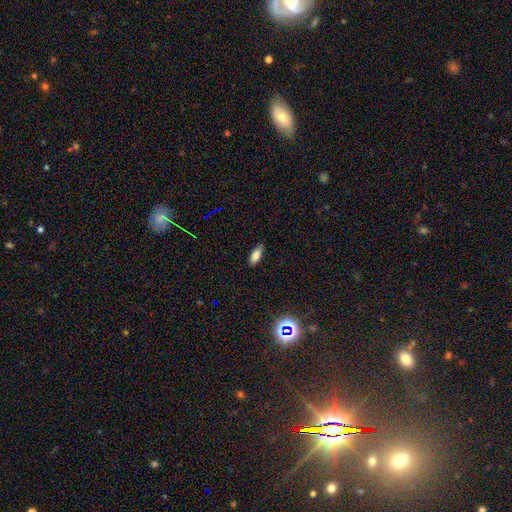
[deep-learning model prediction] Q: Smooth or featured?
A: smooth (80%); runner-up: star or artifact (10%)
Q: How rounded?
A: in between (82%); runner-up: cigar-shaped (16%)
Q: Merging?
A: none (81%); runner-up: minor disturbance (15%)